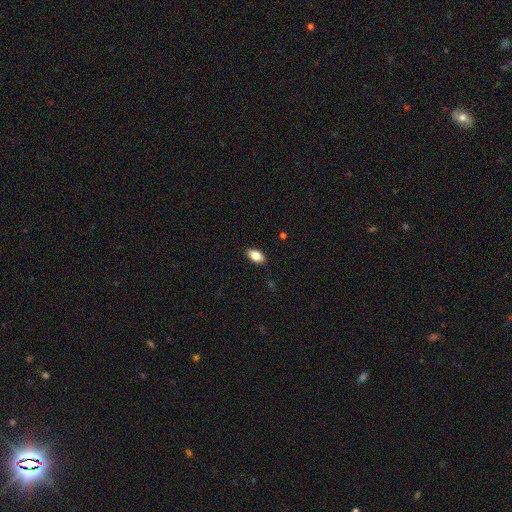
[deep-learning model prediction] Smooth or featured?
  - smooth: 82% *
  - featured or disk: 10%
  - star or artifact: 8%
How rounded?
  - in between: 91% *
  - round: 5%
  - cigar-shaped: 4%
Merging?
  - none: 88% *
  - minor disturbance: 9%
  - major disturbance: 2%
  - merger: 1%